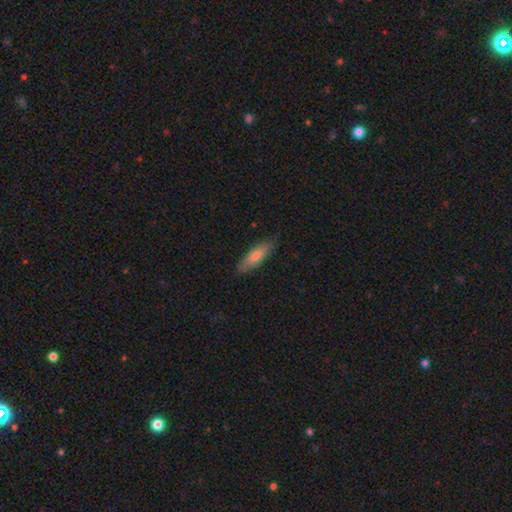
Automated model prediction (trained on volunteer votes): This is likely a smooth galaxy (69%). How rounded: possibly in between (50%). Merging: clearly none (83%).